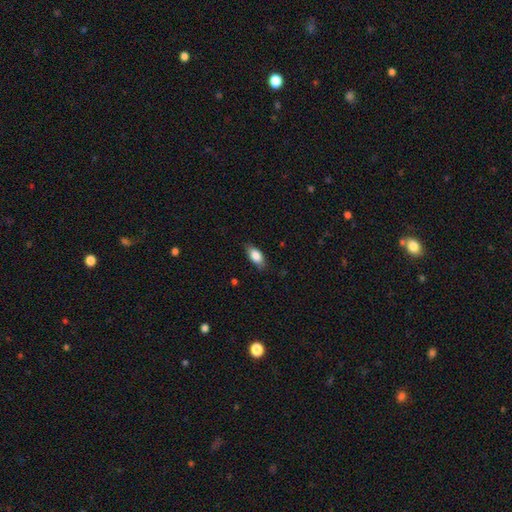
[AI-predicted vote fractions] Smooth or featured? smooth (83%)
How rounded? in between (87%)
Merging? none (79%)